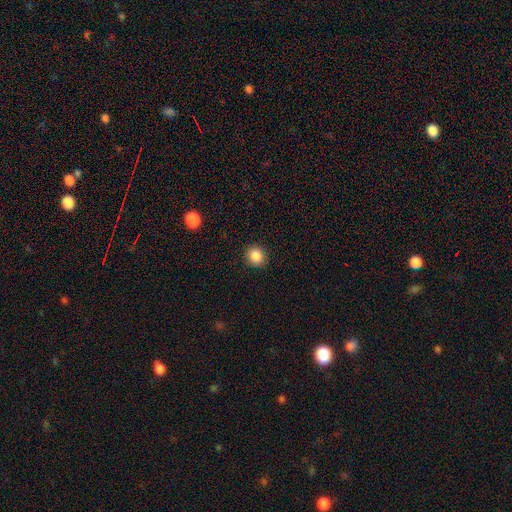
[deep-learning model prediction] smooth 87%, star or artifact 10%, featured or disk 4%. Down the decision tree: how rounded — round (80%); merging — none (90%).